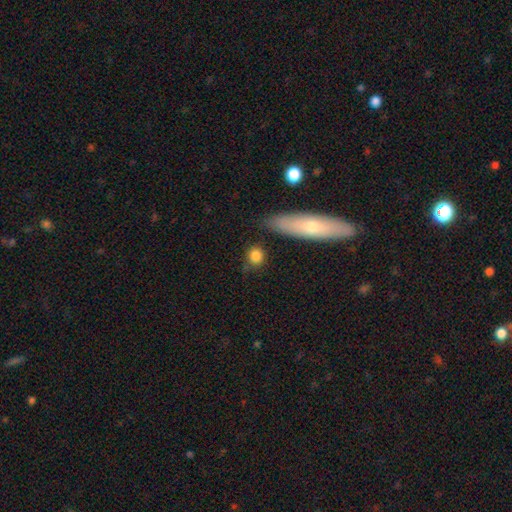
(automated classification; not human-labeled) smooth 83%, star or artifact 9%, featured or disk 8%. Down the decision tree: how rounded — round (69%); merging — none (75%).